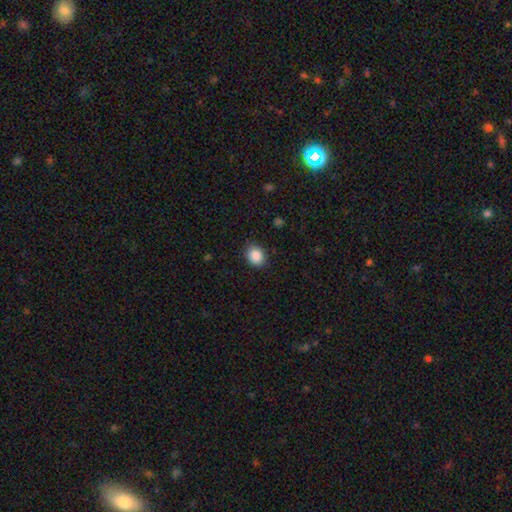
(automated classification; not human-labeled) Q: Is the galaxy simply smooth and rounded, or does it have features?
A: smooth — 88%.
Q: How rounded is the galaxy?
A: in between — 51%.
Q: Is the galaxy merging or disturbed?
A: none — 87%.